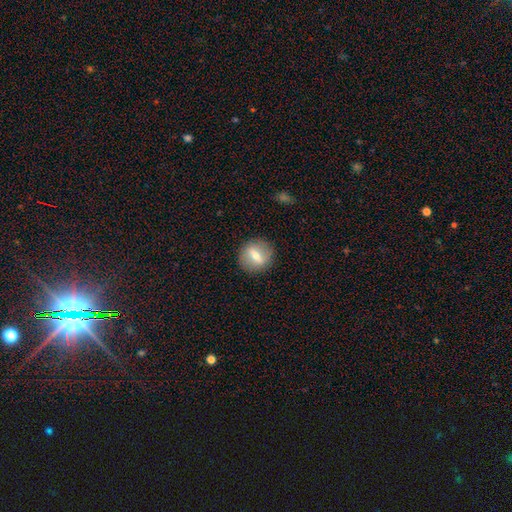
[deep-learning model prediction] Morphology: type=smooth (50%); roundness=round (79%); merging=none (88%).